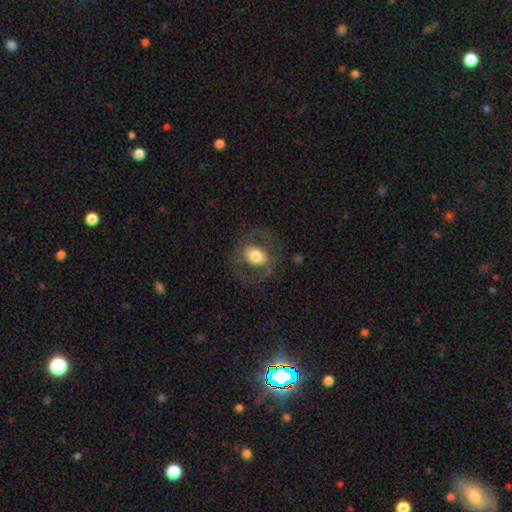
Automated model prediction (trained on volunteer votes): Morphology: type=smooth (52%); roundness=in between (50%); merging=none (72%).